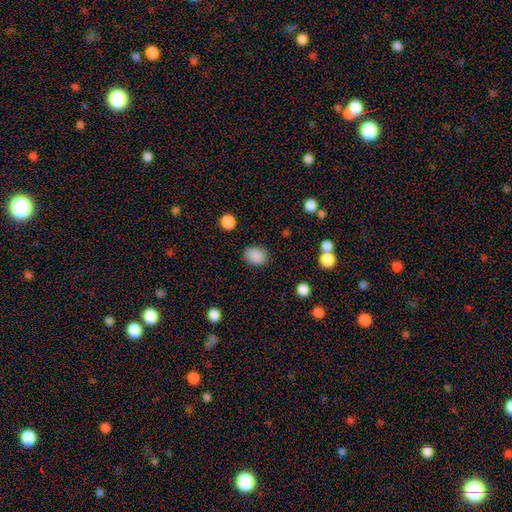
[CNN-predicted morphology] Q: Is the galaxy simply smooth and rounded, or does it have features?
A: smooth — 88%.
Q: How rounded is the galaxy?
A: in between — 59%.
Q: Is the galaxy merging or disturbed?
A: none — 86%.